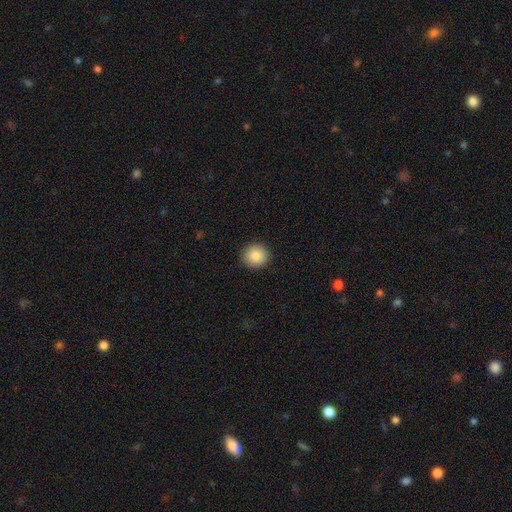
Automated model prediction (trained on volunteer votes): A smooth galaxy with no disk features (88%) that is round (89%).

Vote fractions:
- Smooth or featured? smooth: 88% / star or artifact: 8% / featured or disk: 4%
- How rounded? round: 89% / in between: 11% / cigar-shaped: 1%
- Merging? none: 91% / minor disturbance: 6% / major disturbance: 2% / merger: 1%